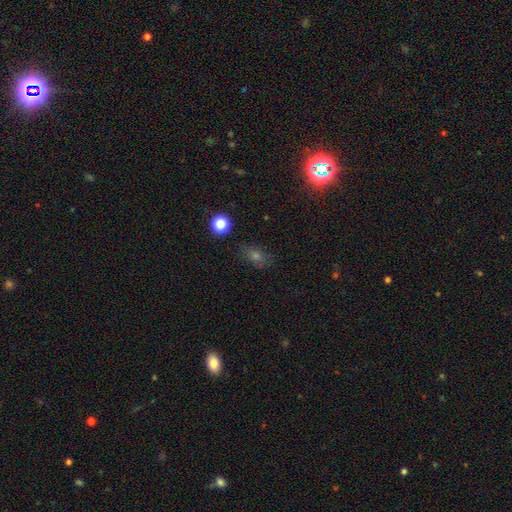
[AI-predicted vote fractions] A smooth galaxy with no disk features (55%) that is in between round and cigar-shaped (65%).

Vote fractions:
- Smooth or featured? smooth: 55% / star or artifact: 32% / featured or disk: 13%
- How rounded? in between: 65% / round: 32% / cigar-shaped: 3%
- Merging? none: 81% / minor disturbance: 13% / major disturbance: 4% / merger: 2%